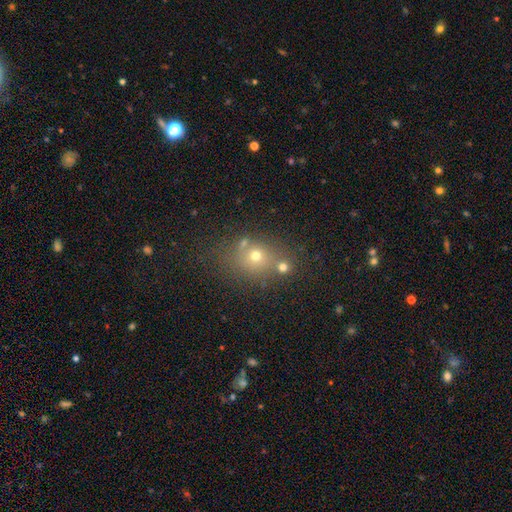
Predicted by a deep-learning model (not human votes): This appears to be a smooth galaxy with no disk features (63%) that is round (69%). Merging: none (56%).